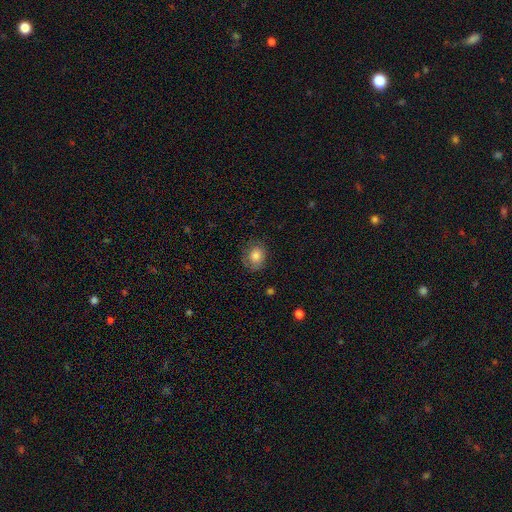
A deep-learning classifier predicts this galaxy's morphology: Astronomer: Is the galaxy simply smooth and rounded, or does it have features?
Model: smooth — 79%.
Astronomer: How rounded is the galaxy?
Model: round — 60% (runner-up: in between, 39%).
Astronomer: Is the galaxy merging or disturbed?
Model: none — 72%.